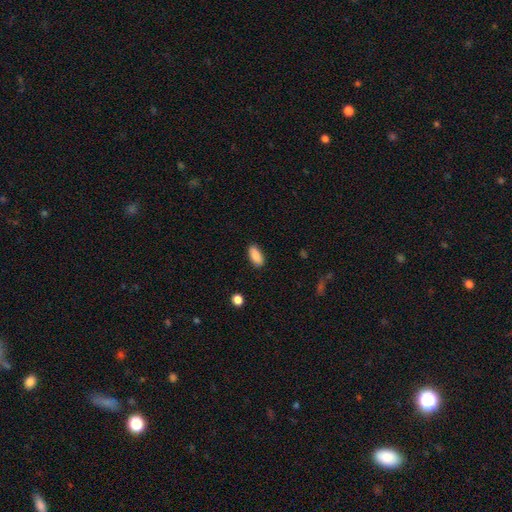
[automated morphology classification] Smooth or featured?
  - smooth: 87% *
  - star or artifact: 7%
  - featured or disk: 7%
How rounded?
  - in between: 84% *
  - cigar-shaped: 14%
  - round: 2%
Merging?
  - none: 87% *
  - minor disturbance: 9%
  - major disturbance: 2%
  - merger: 1%